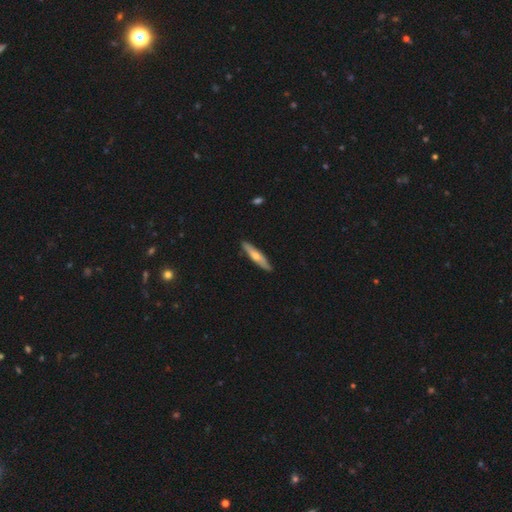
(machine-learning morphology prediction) type=featured or disk (49%); merging=none (90%).